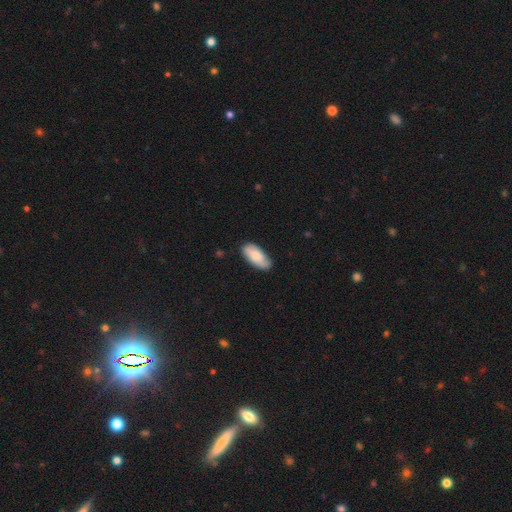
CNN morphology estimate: Overall: smooth (71%). How rounded: in between (90%). Merging: none (74%).